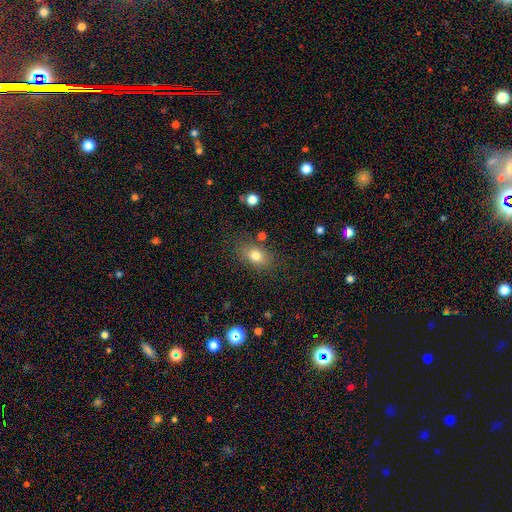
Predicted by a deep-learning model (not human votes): smooth_or_featured: smooth (p=0.77) [alt: featured or disk p=0.12]
how_rounded: in between (p=0.77) [alt: round p=0.19]
merging: none (p=0.77) [alt: minor disturbance p=0.14]